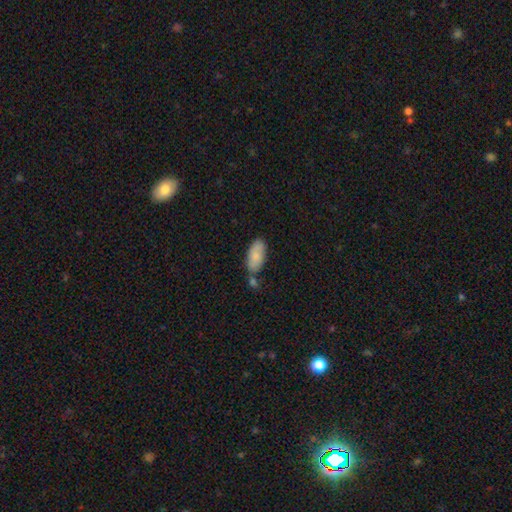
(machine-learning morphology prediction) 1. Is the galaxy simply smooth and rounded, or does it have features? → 81% smooth, 13% featured or disk, 6% star or artifact.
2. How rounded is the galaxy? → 90% in between, 8% cigar-shaped, 2% round.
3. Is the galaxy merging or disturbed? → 58% none, 19% minor disturbance, 18% merger, 5% major disturbance.